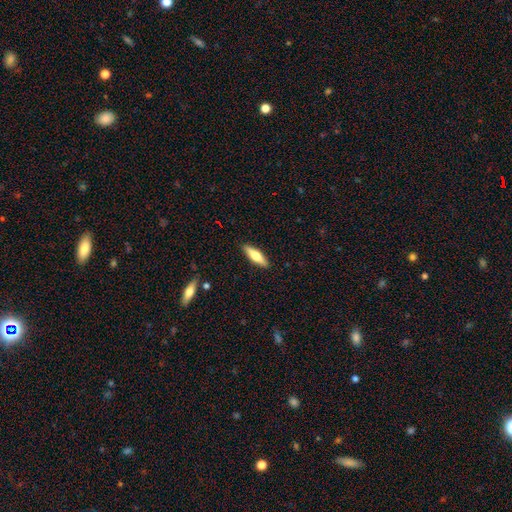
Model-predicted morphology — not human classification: Smooth or featured? smooth (60%)
How rounded? cigar-shaped (61%)
Merging? none (89%)